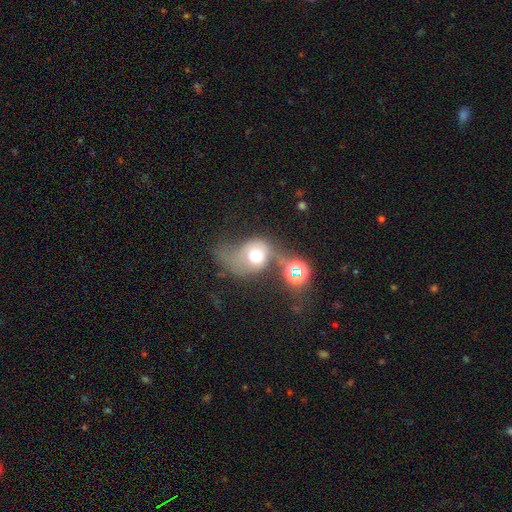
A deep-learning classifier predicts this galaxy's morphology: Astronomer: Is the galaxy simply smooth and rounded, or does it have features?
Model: smooth — 51% (runner-up: featured or disk, 34%).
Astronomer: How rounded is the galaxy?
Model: round — 54% (runner-up: in between, 45%).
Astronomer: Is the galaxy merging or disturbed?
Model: major disturbance — 43% (runner-up: merger, 19%).